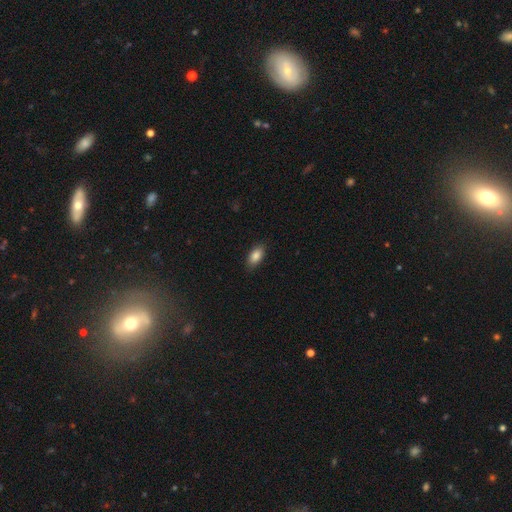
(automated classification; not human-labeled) This is clearly a smooth galaxy (87%). How rounded: clearly in between (90%). Merging: clearly none (87%).